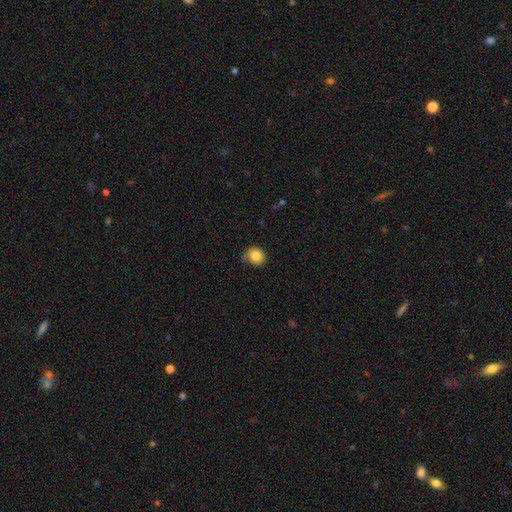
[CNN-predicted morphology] smooth_or_featured: smooth (p=0.83) [alt: star or artifact p=0.09]
how_rounded: round (p=0.74) [alt: in between p=0.25]
merging: none (p=0.63) [alt: minor disturbance p=0.29]